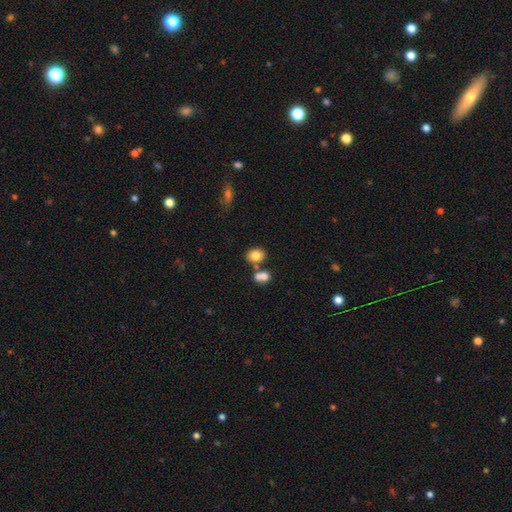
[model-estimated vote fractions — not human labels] Smooth or featured? smooth (82%)
How rounded? in between (56%)
Merging? none (60%)